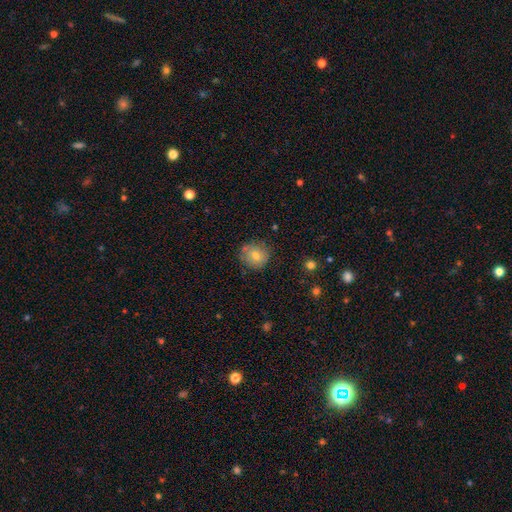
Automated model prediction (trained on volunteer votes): Smooth or featured? smooth (73%)
How rounded? round (88%)
Merging? none (79%)